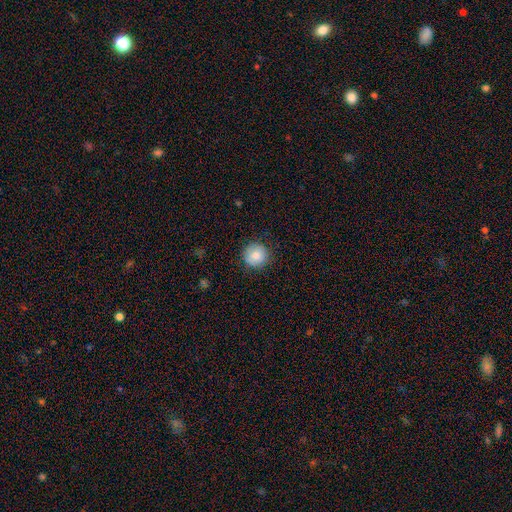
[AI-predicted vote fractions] A smooth galaxy with no disk features (82%) that is round (95%).

Vote fractions:
- Smooth or featured? smooth: 82% / featured or disk: 9% / star or artifact: 9%
- How rounded? round: 95% / in between: 4% / cigar-shaped: 1%
- Merging? none: 86% / minor disturbance: 10% / major disturbance: 2% / merger: 1%